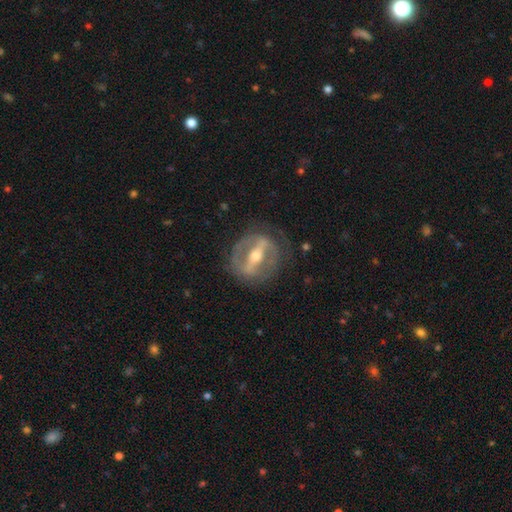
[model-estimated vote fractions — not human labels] A featured or disk galaxy (82%) with a strong bar (79%), no spiral arms (59%) and a moderate central bulge (62%). Merging: none (76%).